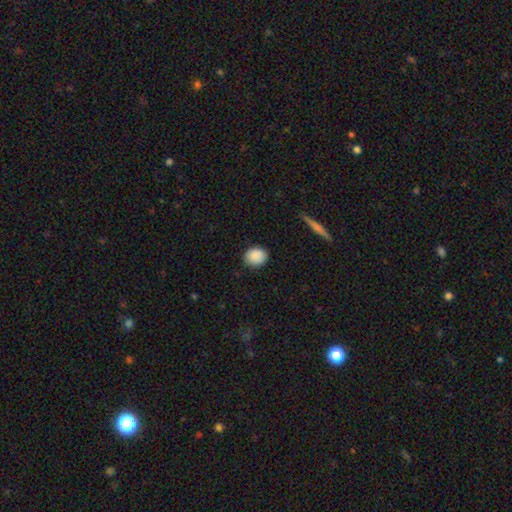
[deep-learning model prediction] The model was most divided on "how rounded": round: 54%, in between: 45%, cigar-shaped: 1%. More confident: smooth or featured — smooth (88%); merging — none (85%).